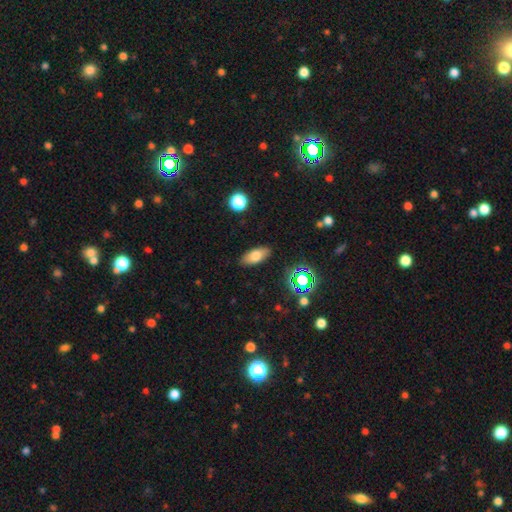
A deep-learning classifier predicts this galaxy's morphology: This appears to be a smooth galaxy with no disk features (74%) that is in between round and cigar-shaped (85%). Merging: none (86%).